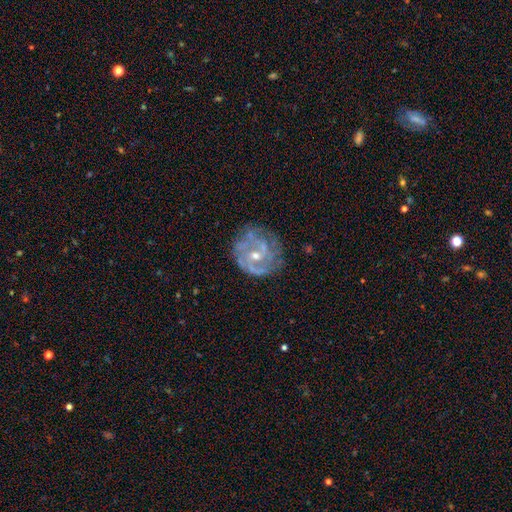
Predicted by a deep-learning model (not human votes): A featured or disk galaxy (81%) with no bar (62%), tight (50%) spiral arms (83%) and a small central bulge (49%).

Vote fractions:
- Smooth or featured? featured or disk: 81% / smooth: 11% / star or artifact: 8%
- Edge-on disk? no: 98% / yes: 2%
- Bar? no: 62% / weak: 31% / strong: 7%
- Spiral arms? yes: 83% / no: 17%
- Spiral winding? tight: 50% / medium: 37% / loose: 13%
- Spiral arm count? can't tell: 34% / 2: 30% / 3: 20% / 4: 7% / 1: 6% / more than 4: 5%
- Bulge size? small: 49% / moderate: 47% / none: 2% / large: 1% / dominant: 1%
- Merging? none: 69% / minor disturbance: 19% / major disturbance: 10% / merger: 2%